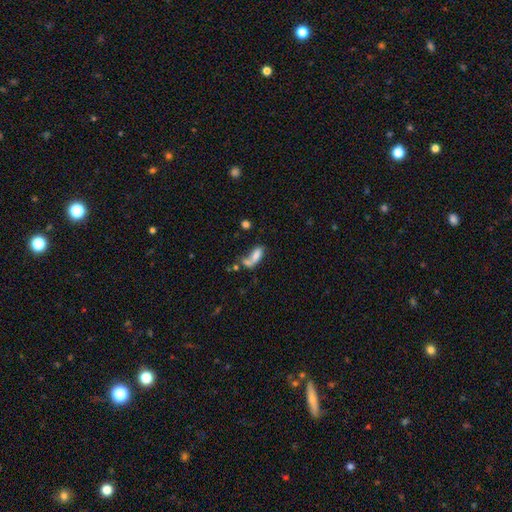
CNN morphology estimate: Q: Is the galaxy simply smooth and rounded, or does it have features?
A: smooth — 70%.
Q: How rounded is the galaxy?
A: in between — 74%.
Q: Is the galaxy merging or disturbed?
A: merger — 46%.